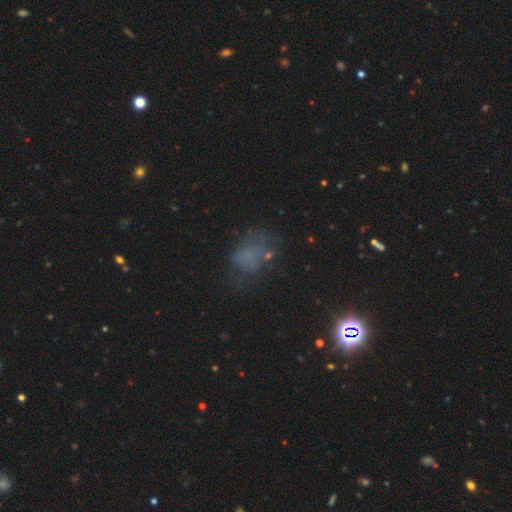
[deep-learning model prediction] Q: Smooth or featured?
A: smooth (45%); runner-up: star or artifact (33%)
Q: Merging?
A: none (52%); runner-up: minor disturbance (22%)